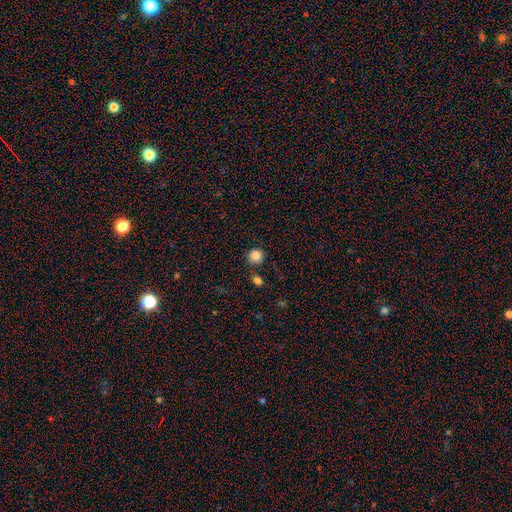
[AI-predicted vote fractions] smooth_or_featured: smooth (p=0.86) [alt: star or artifact p=0.11]
how_rounded: round (p=0.92) [alt: in between p=0.07]
merging: none (p=0.80) [alt: minor disturbance p=0.10]